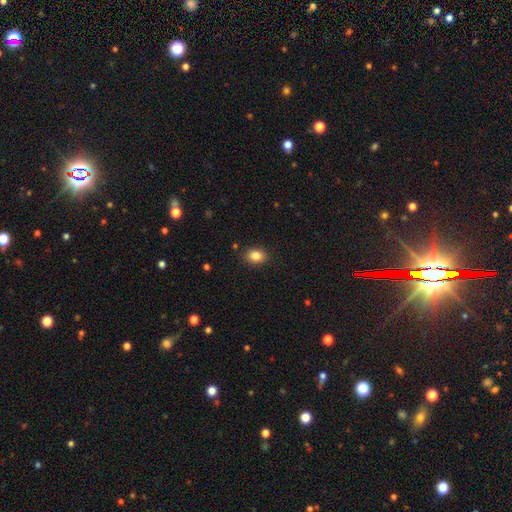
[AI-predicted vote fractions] smooth 85%, star or artifact 9%, featured or disk 6%. Down the decision tree: how rounded — in between (65%); merging — none (88%).